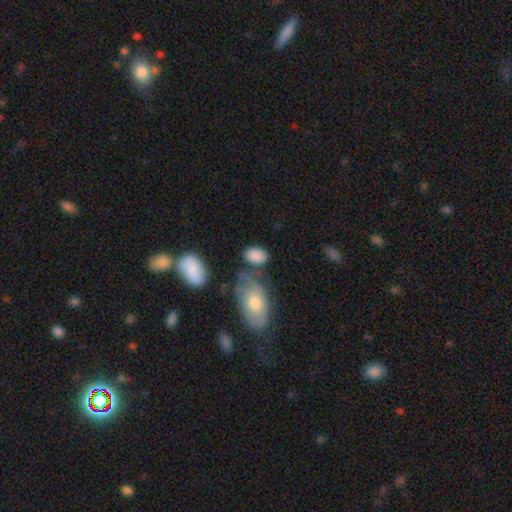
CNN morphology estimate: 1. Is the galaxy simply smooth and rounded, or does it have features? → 84% smooth, 8% featured or disk, 7% star or artifact.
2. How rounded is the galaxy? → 88% in between, 11% round, 2% cigar-shaped.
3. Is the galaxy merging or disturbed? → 57% none, 20% minor disturbance, 14% merger, 8% major disturbance.